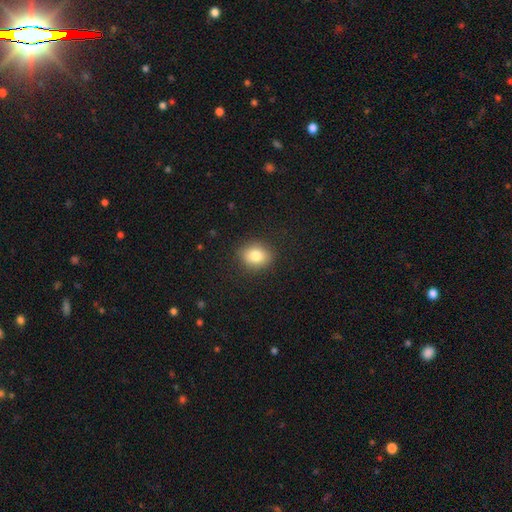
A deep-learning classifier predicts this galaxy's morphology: smooth-or-featured: smooth: 81% | star or artifact: 10% | featured or disk: 9%
  how-rounded: round: 58% | in between: 40% | cigar-shaped: 1%
  merging: none: 87% | minor disturbance: 9% | major disturbance: 3% | merger: 1%